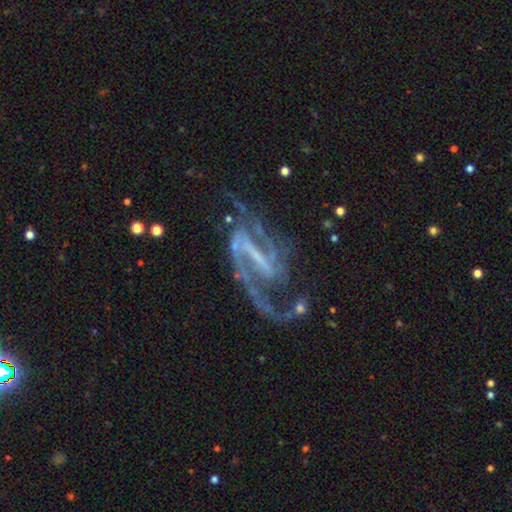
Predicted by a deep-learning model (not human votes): The model was most divided on "spiral winding": medium: 48%, loose: 37%, tight: 16%. More confident: edge-on disk — no (97%); spiral arms — yes (96%); smooth or featured — featured or disk (90%); spiral arm count — 2 (83%); bar — strong (68%); bulge size — none (55%); merging — none (54%).